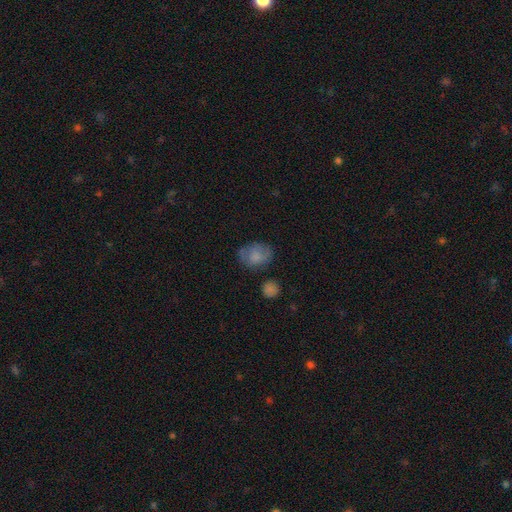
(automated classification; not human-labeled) This is likely a smooth galaxy (77%). How rounded: likely in between (68%). Merging: likely none (66%).